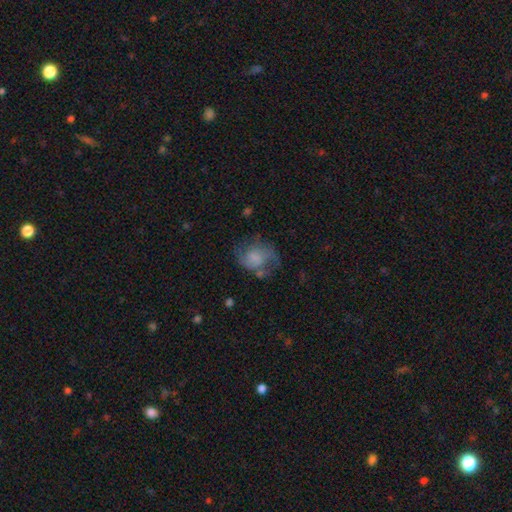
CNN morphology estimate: Smooth or featured: featured or disk — 47% (smooth — 43%)
Merging: none — 50% (minor disturbance — 25%)